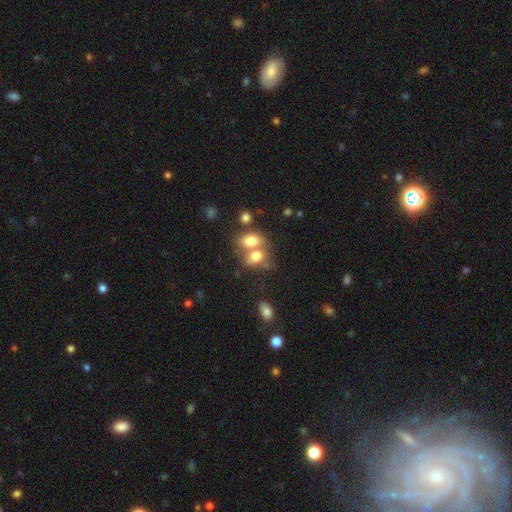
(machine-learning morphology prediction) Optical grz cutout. It shows a smooth galaxy with no disk features (75%) that is in between round and cigar-shaped (77%). Merging: merger (61%).